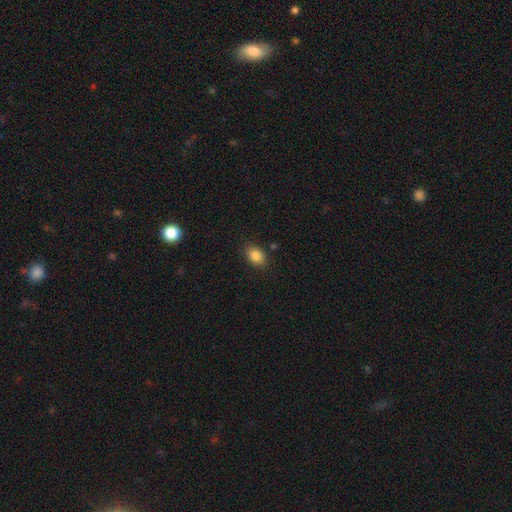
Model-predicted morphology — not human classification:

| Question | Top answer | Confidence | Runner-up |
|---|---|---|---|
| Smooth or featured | smooth | 85% | star or artifact (9%) |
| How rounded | in between | 82% | round (16%) |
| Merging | none | 85% | minor disturbance (11%) |